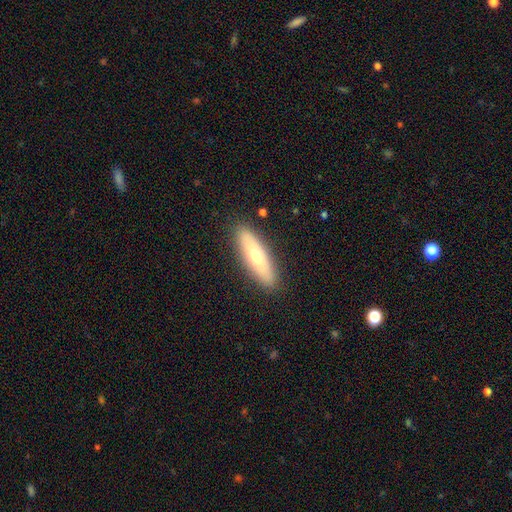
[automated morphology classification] Smooth or featured?
  - smooth: 61% *
  - featured or disk: 33%
  - star or artifact: 6%
How rounded?
  - cigar-shaped: 63% *
  - in between: 34%
  - round: 2%
Merging?
  - none: 89% *
  - minor disturbance: 8%
  - major disturbance: 2%
  - merger: 1%